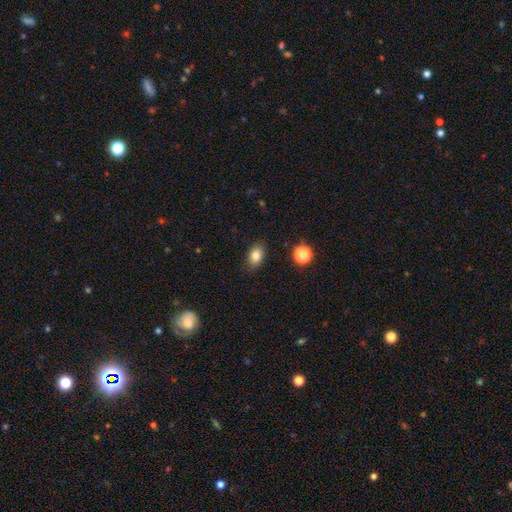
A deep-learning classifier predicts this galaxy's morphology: Q: Smooth or featured?
A: smooth (82%); runner-up: star or artifact (10%)
Q: How rounded?
A: in between (84%); runner-up: round (14%)
Q: Merging?
A: none (86%); runner-up: minor disturbance (10%)